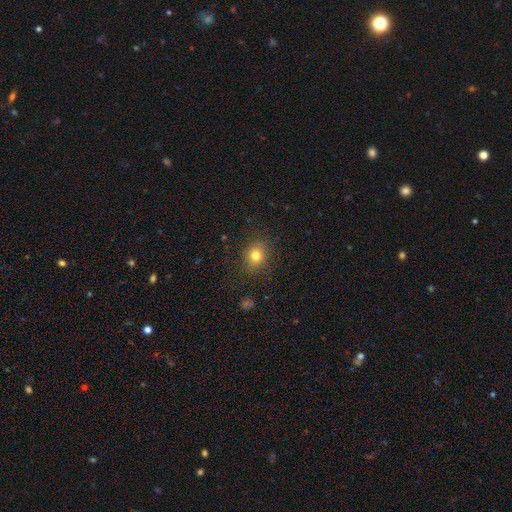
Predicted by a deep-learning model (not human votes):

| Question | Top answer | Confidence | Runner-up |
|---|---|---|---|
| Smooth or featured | smooth | 78% | star or artifact (13%) |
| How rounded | round | 59% | in between (40%) |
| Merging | none | 85% | minor disturbance (10%) |